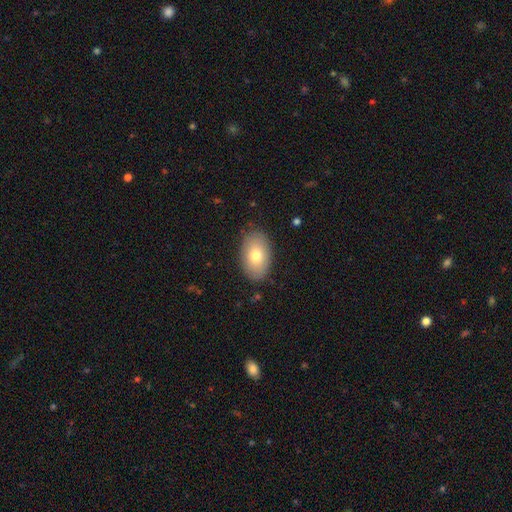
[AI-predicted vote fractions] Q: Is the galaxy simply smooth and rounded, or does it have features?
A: smooth — 76%.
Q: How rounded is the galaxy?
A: in between — 91%.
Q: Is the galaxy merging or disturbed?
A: none — 86%.